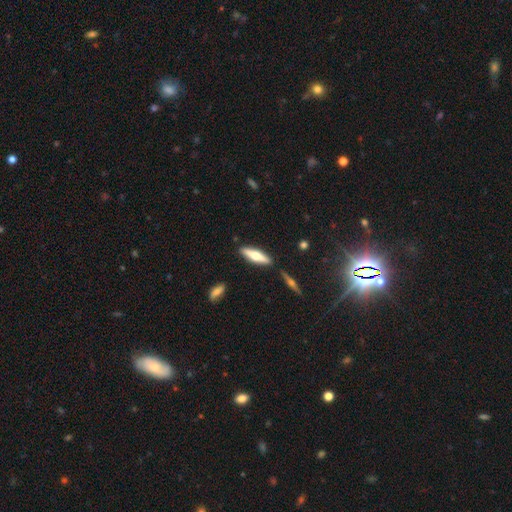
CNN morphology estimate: Smooth or featured: smooth — 52% (featured or disk — 42%)
How rounded: cigar-shaped — 68% (in between — 30%)
Merging: none — 85% (minor disturbance — 9%)